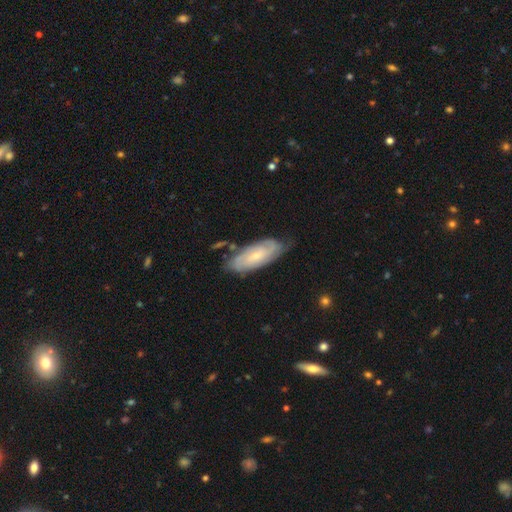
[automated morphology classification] Smooth or featured: featured or disk — 64% (smooth — 30%)
Edge-on disk: no — 88% (yes — 12%)
Bar: no — 59% (weak — 33%)
Spiral arms: yes — 89% (no — 11%)
Spiral winding: tight — 62% (medium — 29%)
Spiral arm count: can't tell — 44% (2 — 35%)
Bulge size: small — 69% (moderate — 26%)
Merging: none — 71% (minor disturbance — 22%)